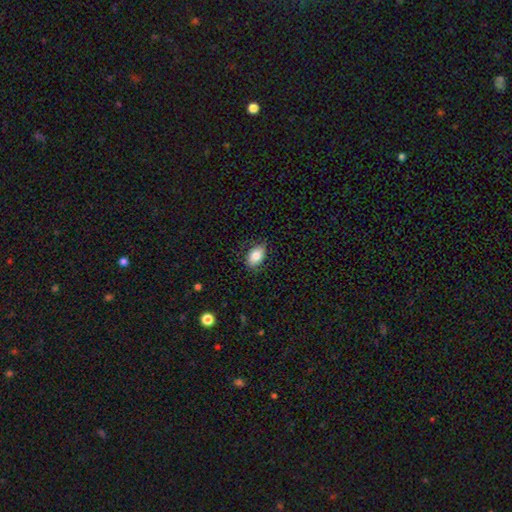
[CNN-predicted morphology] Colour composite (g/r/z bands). It shows a smooth galaxy with no disk features (81%) that is in between round and cigar-shaped (87%). Merging: none (77%).